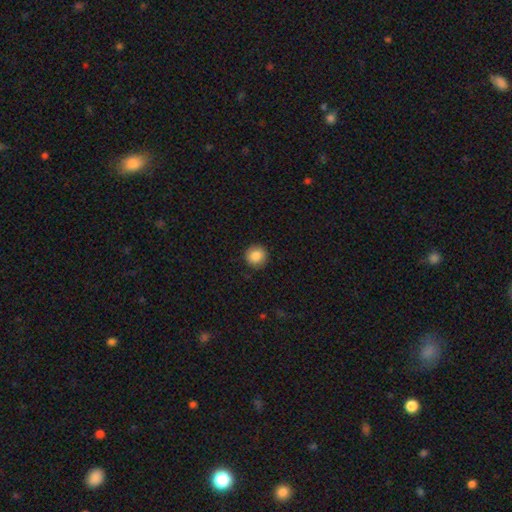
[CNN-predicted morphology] Overall: smooth (87%). How rounded: round (93%). Merging: none (89%).